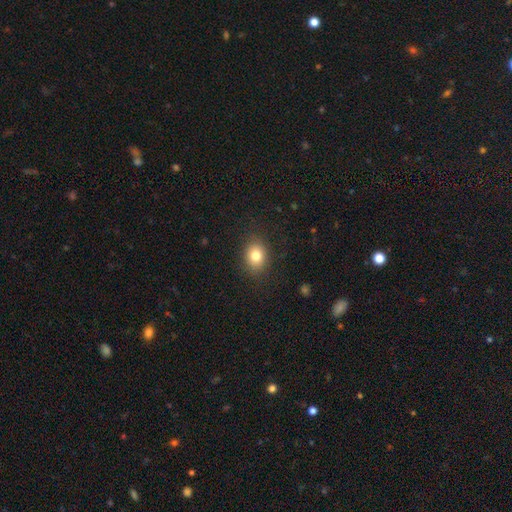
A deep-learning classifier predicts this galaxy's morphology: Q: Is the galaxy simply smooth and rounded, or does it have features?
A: smooth — 80%.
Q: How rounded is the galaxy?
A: round — 51%.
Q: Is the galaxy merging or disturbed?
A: none — 87%.